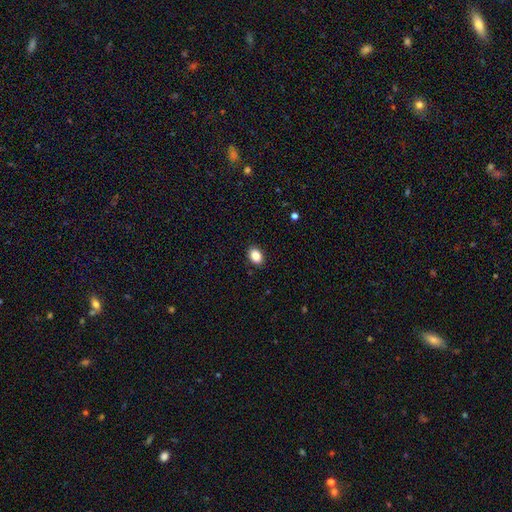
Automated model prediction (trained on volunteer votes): Overall: smooth (88%). How rounded: in between (77%). Merging: none (89%).